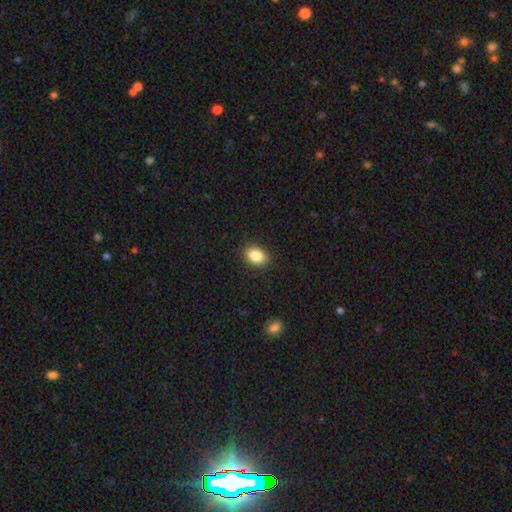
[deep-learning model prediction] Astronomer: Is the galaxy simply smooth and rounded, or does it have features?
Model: smooth — 86%.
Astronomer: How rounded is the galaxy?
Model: in between — 77%.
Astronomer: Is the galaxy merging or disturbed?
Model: none — 88%.